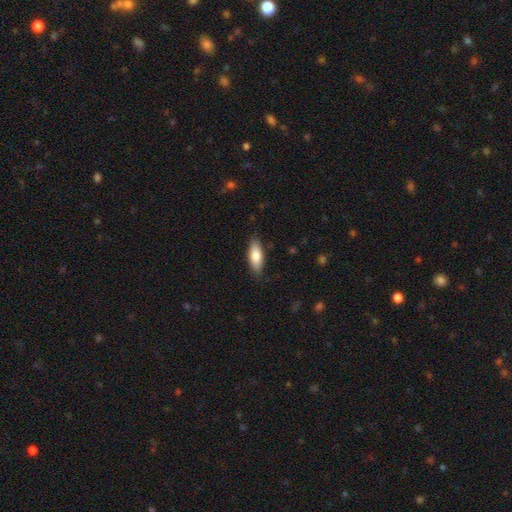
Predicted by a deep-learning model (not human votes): Smooth or featured: smooth — 79% (featured or disk — 15%)
How rounded: in between — 73% (cigar-shaped — 25%)
Merging: none — 84% (minor disturbance — 13%)